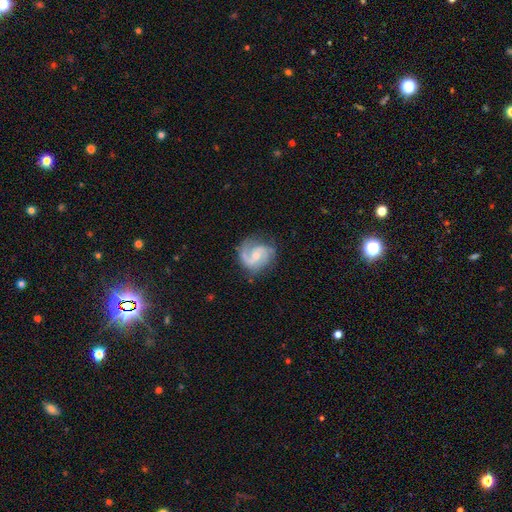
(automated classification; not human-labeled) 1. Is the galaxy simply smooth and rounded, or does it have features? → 84% featured or disk, 10% smooth, 5% star or artifact.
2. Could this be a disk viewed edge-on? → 98% no, 2% yes.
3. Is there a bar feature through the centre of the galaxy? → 50% no, 42% weak, 8% strong.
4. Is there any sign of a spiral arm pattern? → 97% yes, 3% no.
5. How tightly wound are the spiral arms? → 52% medium, 26% loose, 22% tight.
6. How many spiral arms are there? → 78% 2, 9% 1, 6% can't tell, 5% 3, 1% 4, 1% more than 4.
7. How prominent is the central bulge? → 54% small, 41% moderate, 3% none, 2% large, 1% dominant.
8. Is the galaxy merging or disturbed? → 71% none, 19% minor disturbance, 9% major disturbance, 2% merger.